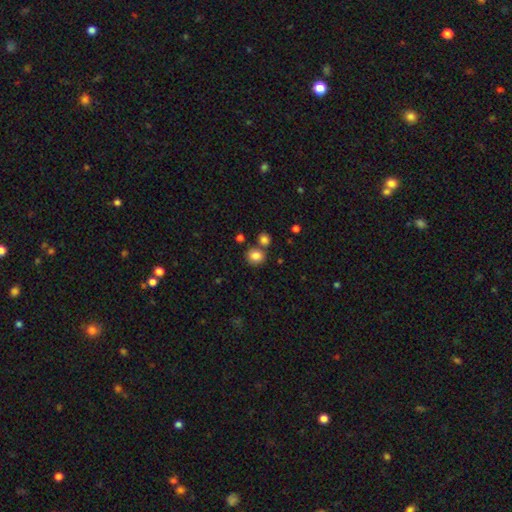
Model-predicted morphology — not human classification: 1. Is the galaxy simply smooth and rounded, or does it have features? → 84% smooth, 11% star or artifact, 6% featured or disk.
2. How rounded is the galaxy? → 75% round, 24% in between, 1% cigar-shaped.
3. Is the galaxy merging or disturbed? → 70% none, 17% merger, 10% minor disturbance, 3% major disturbance.